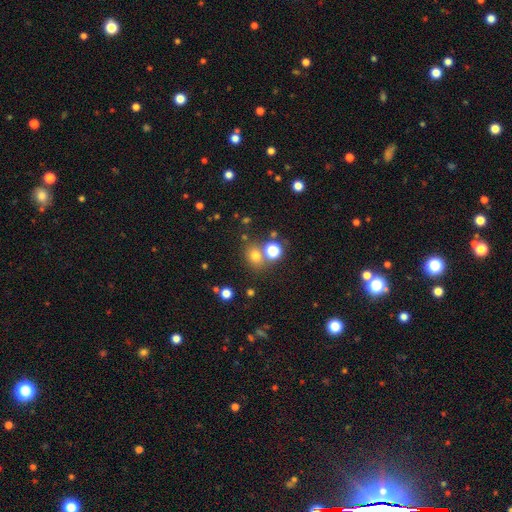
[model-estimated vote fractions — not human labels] smooth-or-featured: smooth: 70% | star or artifact: 22% | featured or disk: 8%
  how-rounded: round: 69% | in between: 30% | cigar-shaped: 1%
  merging: none: 70% | merger: 16% | minor disturbance: 10% | major disturbance: 4%